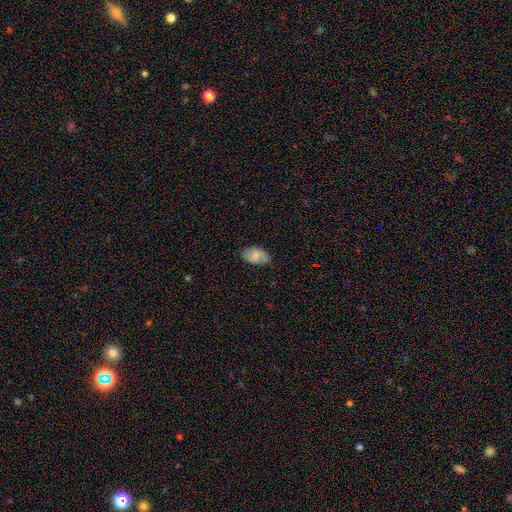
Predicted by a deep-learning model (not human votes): smooth 70%, featured or disk 23%, star or artifact 7%. Down the decision tree: how rounded — in between (93%); merging — none (77%).